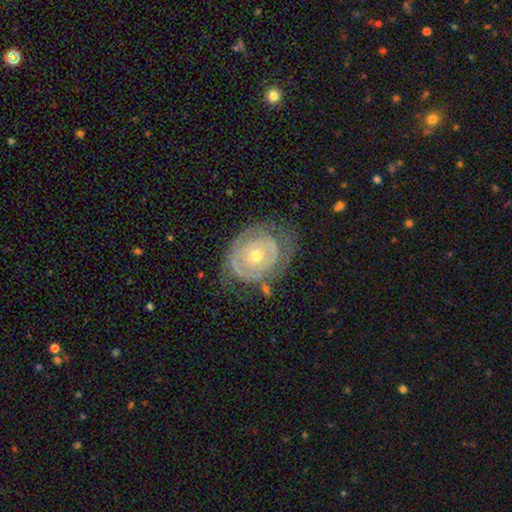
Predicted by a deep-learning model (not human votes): featured or disk 75%, smooth 20%, star or artifact 5%. Down the decision tree: edge-on disk — no (96%); bar — no (81%); spiral arms — yes (59%); bulge size — moderate (54%); merging — none (59%).